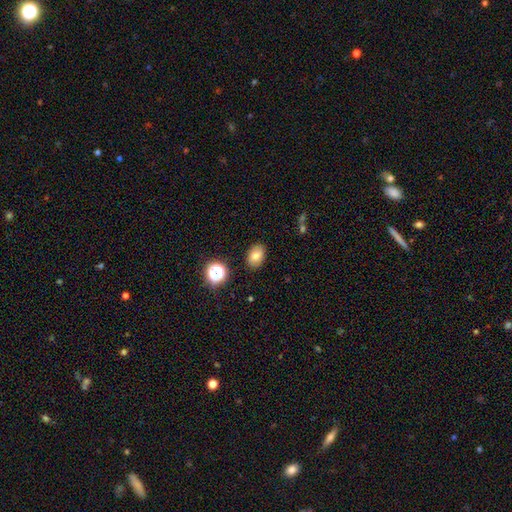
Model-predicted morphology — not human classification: Smooth or featured? Predicted: smooth (p=0.78). How rounded? Predicted: in between (p=0.80). Merging? Predicted: none (p=0.87).